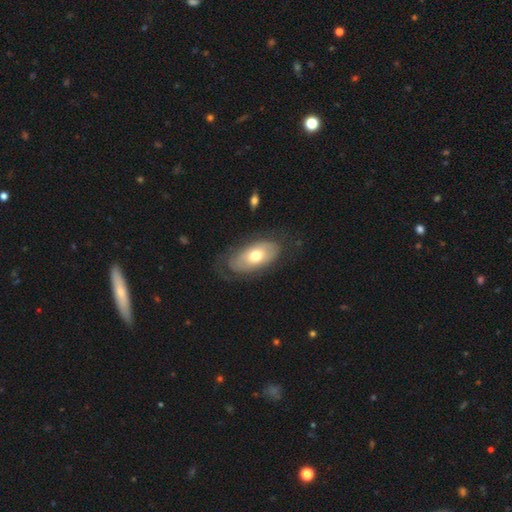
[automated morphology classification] Smooth or featured? featured or disk (47%, tied with smooth)
Merging? none (64%)